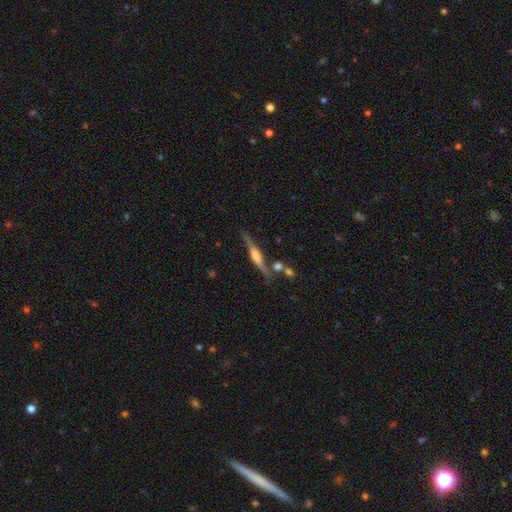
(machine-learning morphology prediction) Smooth or featured? featured or disk (74%)
Edge-on disk? yes (96%)
Edge-on bulge? rounded (63%)
Merging? none (75%)